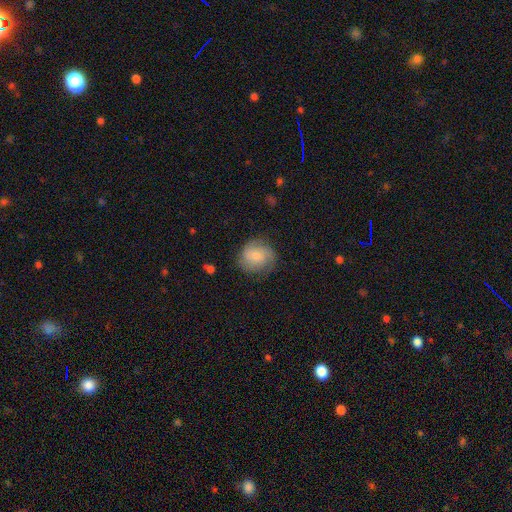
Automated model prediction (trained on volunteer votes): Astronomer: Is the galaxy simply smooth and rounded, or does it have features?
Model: smooth — 60%.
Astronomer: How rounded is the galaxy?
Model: round — 82%.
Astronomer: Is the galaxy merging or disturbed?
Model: none — 72%.